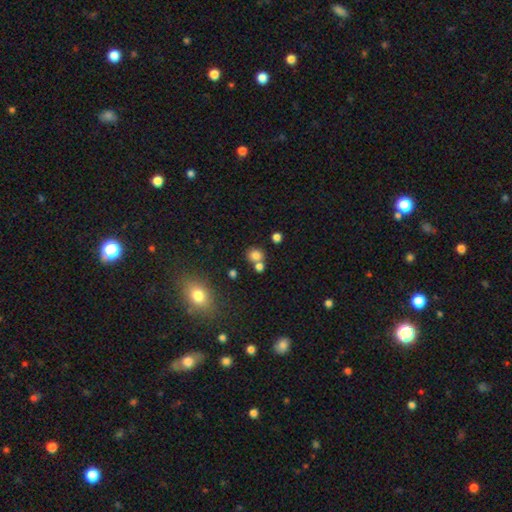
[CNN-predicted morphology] Smooth or featured? Predicted: smooth (p=0.78). How rounded? Predicted: round (p=0.81). Merging? Predicted: none (p=0.58).